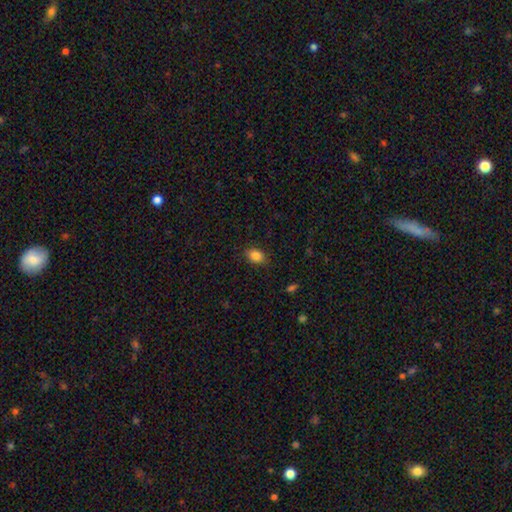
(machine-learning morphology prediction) A smooth galaxy with no disk features (85%) that is in between round and cigar-shaped (75%). Merging: none (84%).